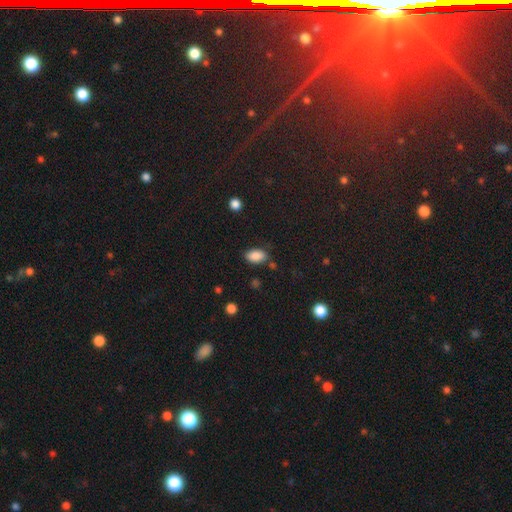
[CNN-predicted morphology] type=smooth (87%); roundness=in between (92%); merging=none (79%).